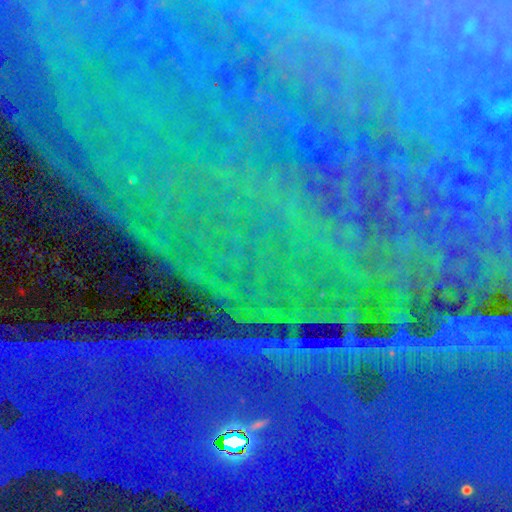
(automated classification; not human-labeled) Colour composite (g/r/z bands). It shows a star or artifact, not a galaxy (86%).